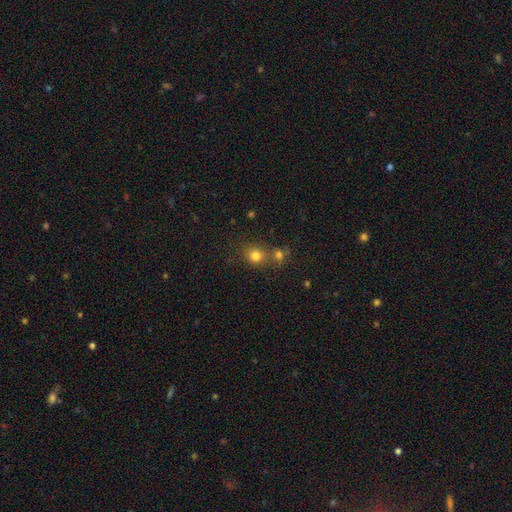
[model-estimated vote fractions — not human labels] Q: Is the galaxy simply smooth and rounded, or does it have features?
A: smooth — 79%.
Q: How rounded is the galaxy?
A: round — 78%.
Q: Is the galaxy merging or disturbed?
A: none — 59%.